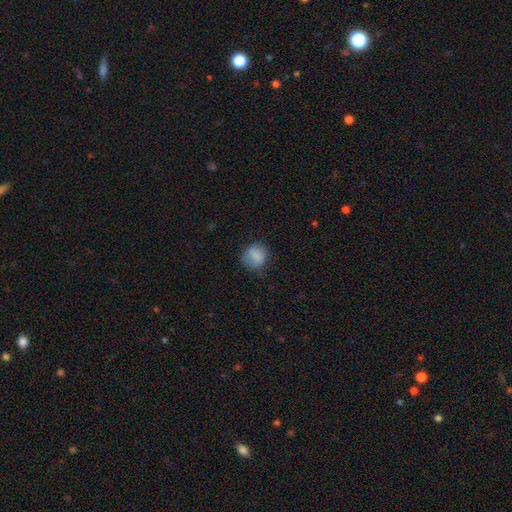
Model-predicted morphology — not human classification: A smooth galaxy with no disk features (83%) that is round (78%).

Vote fractions:
- Smooth or featured? smooth: 83% / star or artifact: 9% / featured or disk: 8%
- How rounded? round: 78% / in between: 21% / cigar-shaped: 1%
- Merging? none: 72% / minor disturbance: 21% / major disturbance: 7% / merger: 1%